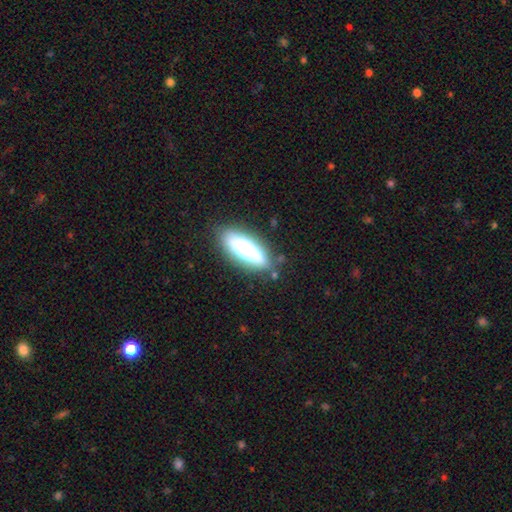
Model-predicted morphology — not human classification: The model was most divided on "how rounded": in between: 62%, cigar-shaped: 36%, round: 2%. More confident: merging — none (78%); smooth or featured — smooth (75%).